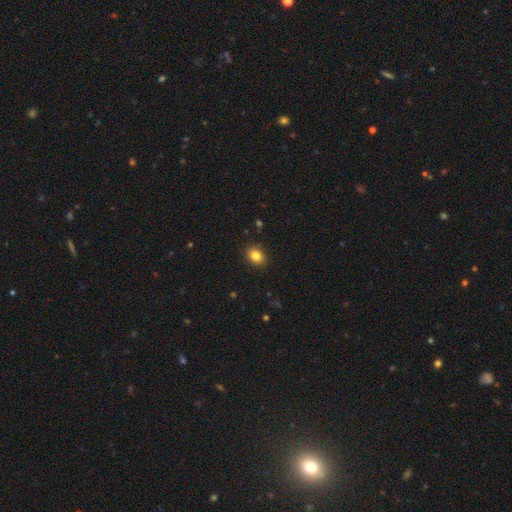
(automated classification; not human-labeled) This is clearly a smooth galaxy (85%). How rounded: possibly in between (58%). Merging: clearly none (89%).